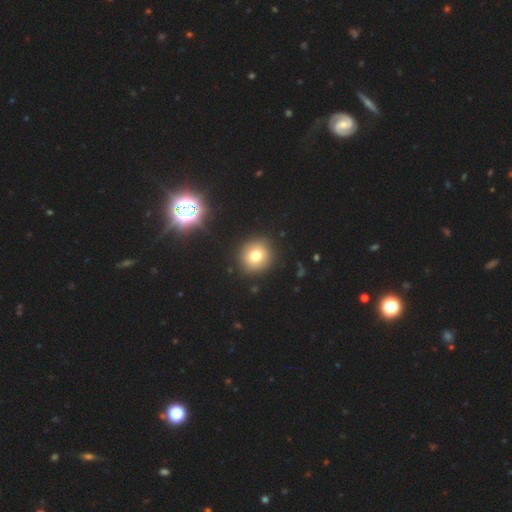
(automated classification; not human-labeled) A smooth galaxy with no disk features (73%) that is round (91%).

Vote fractions:
- Smooth or featured? smooth: 73% / star or artifact: 16% / featured or disk: 11%
- How rounded? round: 91% / in between: 8% / cigar-shaped: 1%
- Merging? none: 91% / minor disturbance: 6% / major disturbance: 2% / merger: 2%